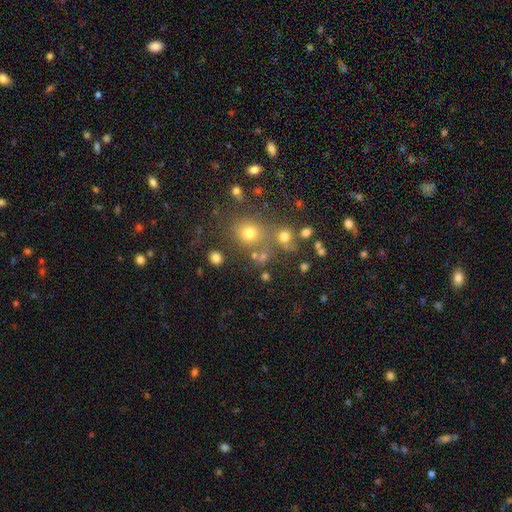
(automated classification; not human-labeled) smooth_or_featured: smooth (p=0.60) [alt: star or artifact p=0.29]
how_rounded: round (p=0.81) [alt: in between p=0.18]
merging: none (p=0.70) [alt: merger p=0.15]